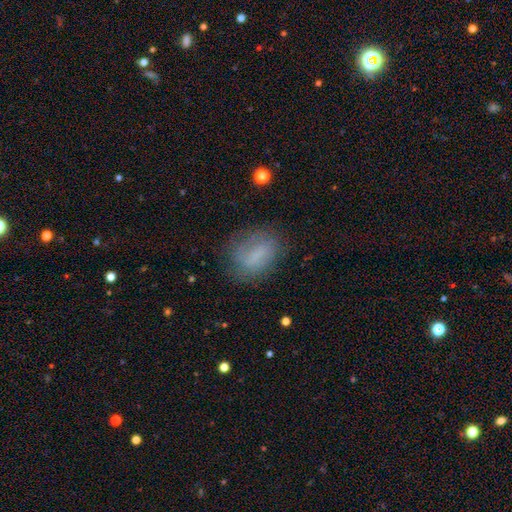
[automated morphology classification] type=smooth (61%); roundness=in between (76%); merging=none (67%).